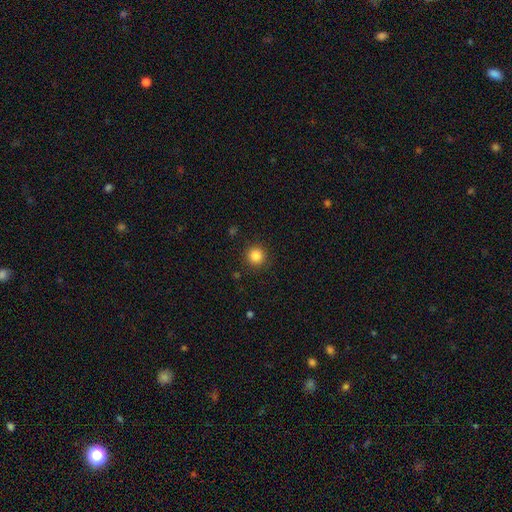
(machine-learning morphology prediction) This is clearly a smooth galaxy (84%). How rounded: clearly round (94%). Merging: clearly none (91%).